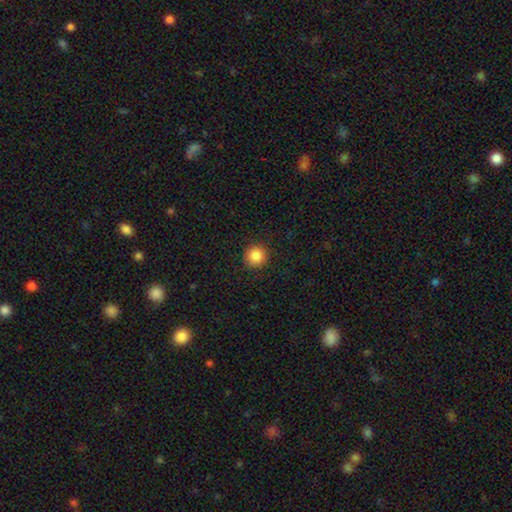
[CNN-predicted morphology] smooth_or_featured: smooth (p=0.87) [alt: star or artifact p=0.10]
how_rounded: round (p=0.93) [alt: in between p=0.06]
merging: none (p=0.91) [alt: minor disturbance p=0.06]